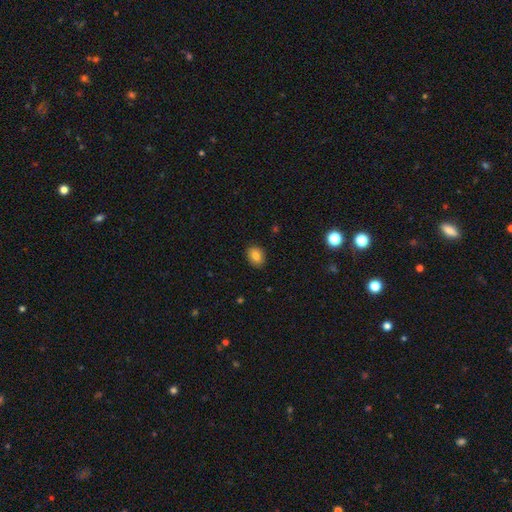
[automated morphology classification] smooth 82%, featured or disk 9%, star or artifact 9%. Down the decision tree: how rounded — in between (60%); merging — none (88%).